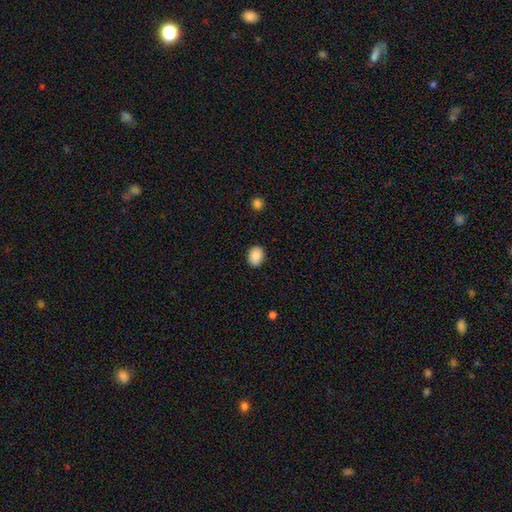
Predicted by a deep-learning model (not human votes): A smooth galaxy with no disk features (88%) that is in between round and cigar-shaped (60%).

Vote fractions:
- Smooth or featured? smooth: 88% / star or artifact: 8% / featured or disk: 5%
- How rounded? in between: 60% / round: 39% / cigar-shaped: 1%
- Merging? none: 88% / minor disturbance: 9% / major disturbance: 2% / merger: 1%